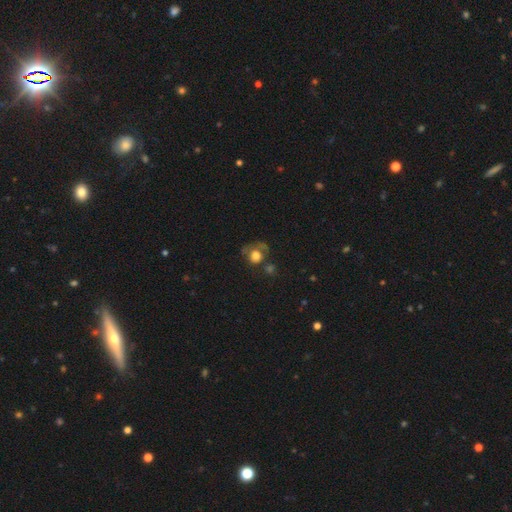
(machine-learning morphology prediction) Q: Smooth or featured?
A: smooth (67%); runner-up: featured or disk (22%)
Q: How rounded?
A: round (80%); runner-up: in between (19%)
Q: Merging?
A: none (42%); runner-up: major disturbance (25%)